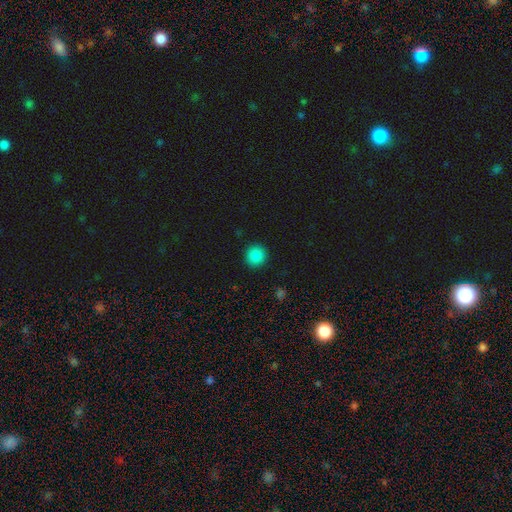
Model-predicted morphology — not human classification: smooth-or-featured: smooth: 86% | star or artifact: 10% | featured or disk: 4%
  how-rounded: round: 92% | in between: 7% | cigar-shaped: 1%
  merging: none: 92% | minor disturbance: 5% | major disturbance: 2% | merger: 1%